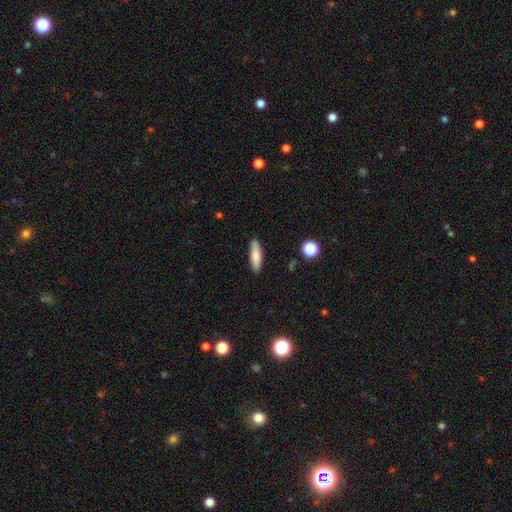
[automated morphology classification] Smooth or featured? Predicted: smooth (p=0.80). How rounded? Predicted: cigar-shaped (p=0.55). Merging? Predicted: none (p=0.86).